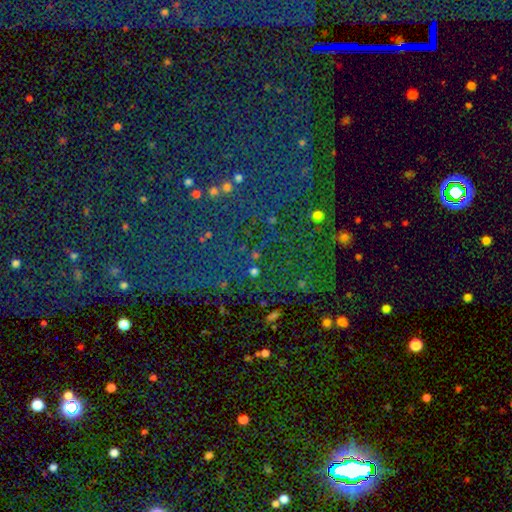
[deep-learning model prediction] smooth_or_featured: star or artifact (p=0.68) [alt: smooth p=0.20]